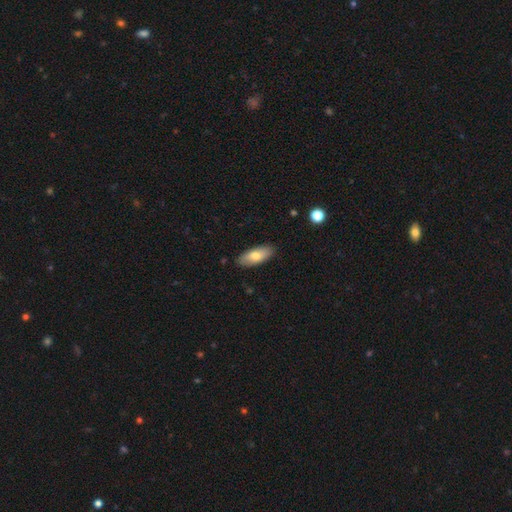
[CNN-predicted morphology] This is likely a smooth galaxy (75%). How rounded: likely in between (79%). Merging: clearly none (87%).